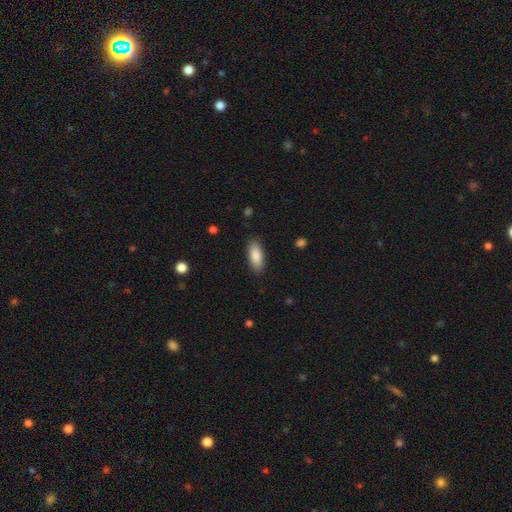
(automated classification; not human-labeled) Smooth or featured?
  - smooth: 88% *
  - featured or disk: 6%
  - star or artifact: 6%
How rounded?
  - in between: 81% *
  - cigar-shaped: 17%
  - round: 2%
Merging?
  - none: 87% *
  - minor disturbance: 10%
  - major disturbance: 2%
  - merger: 1%